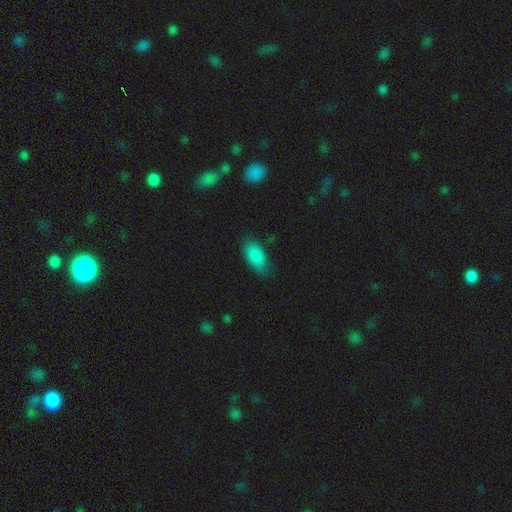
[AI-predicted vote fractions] A smooth galaxy with no disk features (86%) that is in between round and cigar-shaped (91%). Merging: none (76%).